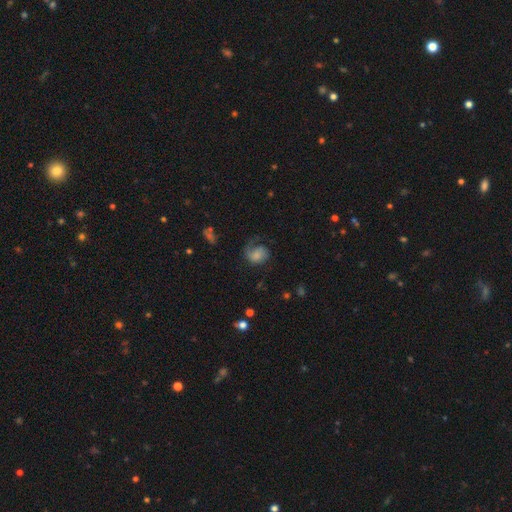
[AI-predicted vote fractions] Smooth or featured? Predicted: smooth (p=0.45, tied with featured or disk). Merging? Predicted: none (p=0.40).